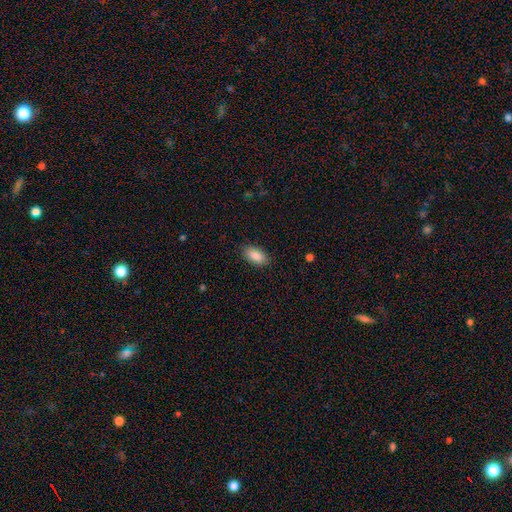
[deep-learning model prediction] Q: Smooth or featured?
A: smooth (88%); runner-up: star or artifact (7%)
Q: How rounded?
A: in between (93%); runner-up: cigar-shaped (4%)
Q: Merging?
A: none (88%); runner-up: minor disturbance (9%)